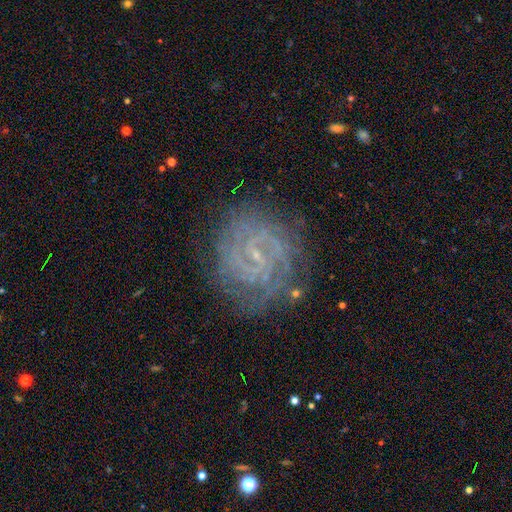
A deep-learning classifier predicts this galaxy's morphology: The model was most divided on "bar": weak: 49%, no: 34%, strong: 18%. Remaining: edge-on disk — no (98%); spiral arms — yes (96%); smooth or featured — featured or disk (81%); merging — none (80%); bulge size — small (76%); spiral winding — tight (69%); spiral arm count — 2 (43%).